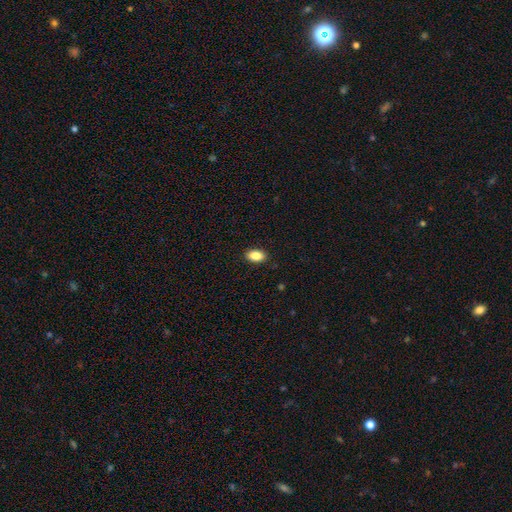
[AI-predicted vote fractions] The model was most divided on "smooth or featured": smooth: 86%, star or artifact: 8%, featured or disk: 7%. More confident: how rounded — in between (91%); merging — none (90%).